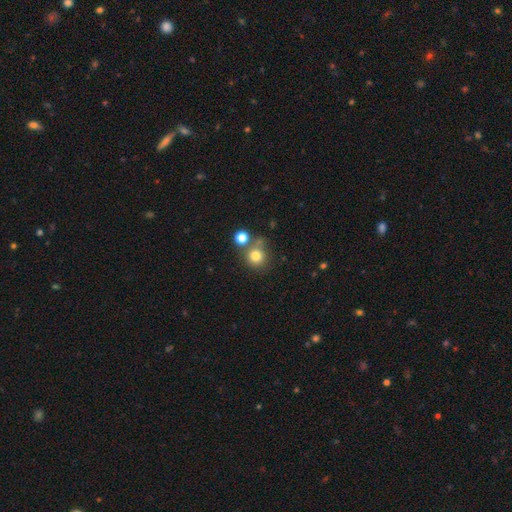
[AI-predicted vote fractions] The model was most divided on "merging": none: 63%, merger: 22%, minor disturbance: 11%, major disturbance: 5%. More confident: how rounded — round (90%); smooth or featured — smooth (79%).